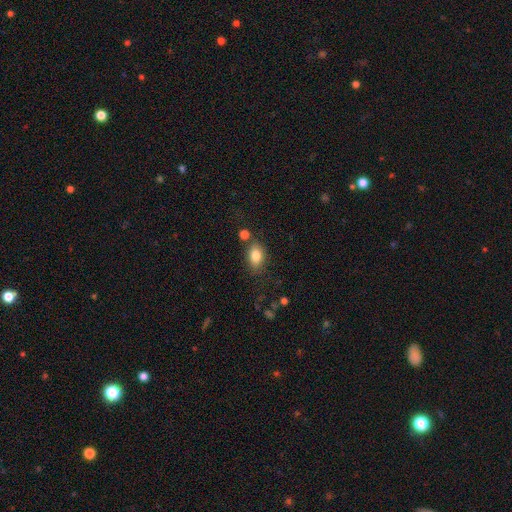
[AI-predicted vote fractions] This appears to be a smooth galaxy with no disk features (83%) that is in between round and cigar-shaped (82%). Merging: none (74%).